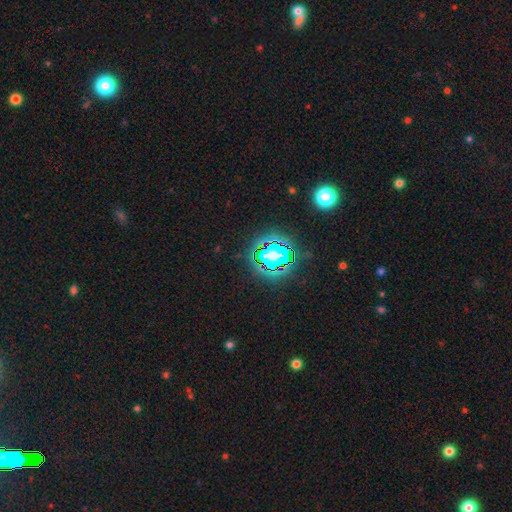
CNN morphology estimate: Smooth or featured? Predicted: star or artifact (p=0.82).